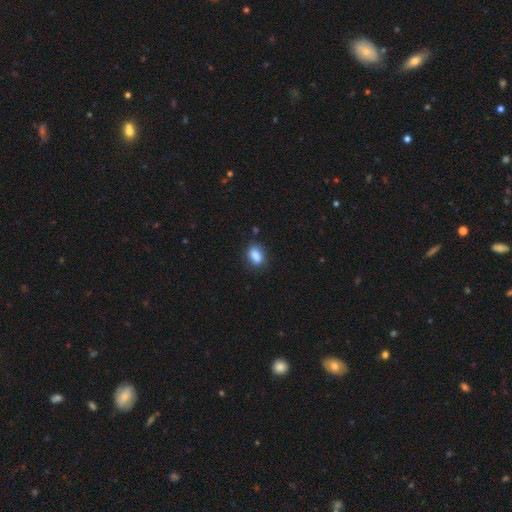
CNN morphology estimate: type=smooth (86%); roundness=in between (84%); merging=none (77%).